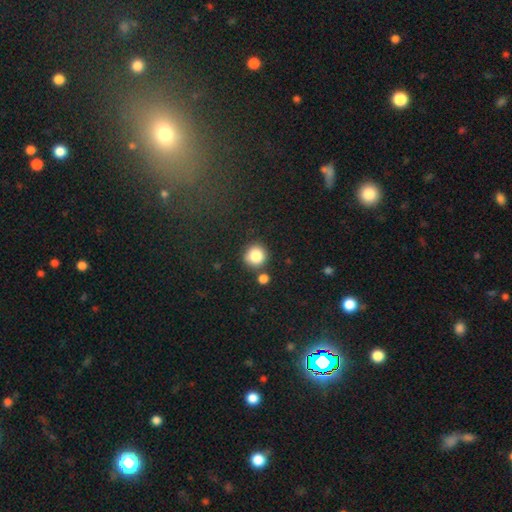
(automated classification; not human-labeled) Smooth or featured? smooth (84%)
How rounded? round (91%)
Merging? none (79%)